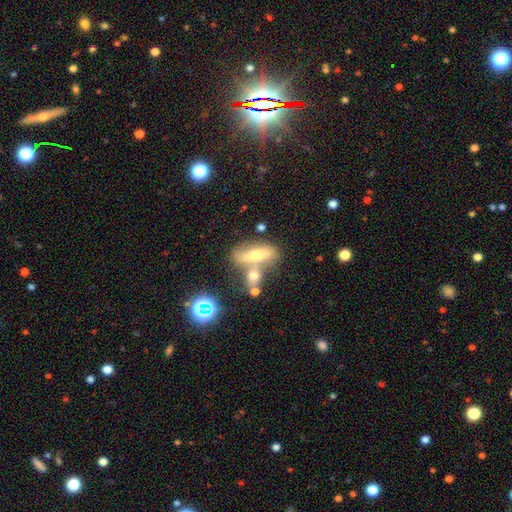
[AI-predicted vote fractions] Smooth or featured?
  - smooth: 46% *
  - featured or disk: 42%
  - star or artifact: 12%
Merging?
  - merger: 44% *
  - none: 38%
  - minor disturbance: 12%
  - major disturbance: 6%